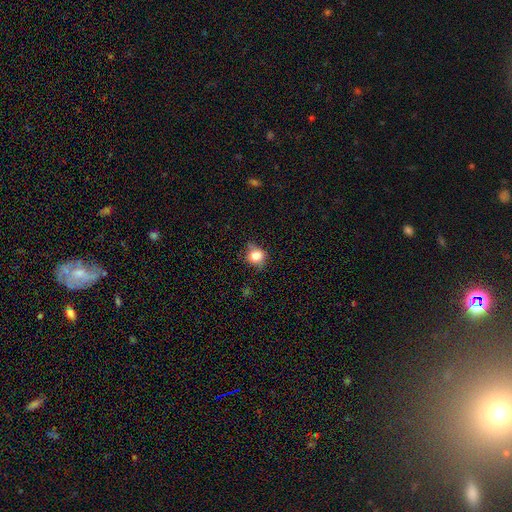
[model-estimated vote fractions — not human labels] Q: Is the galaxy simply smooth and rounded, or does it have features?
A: smooth — 80%.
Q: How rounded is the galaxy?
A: round — 72%.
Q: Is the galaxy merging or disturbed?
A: none — 66%.